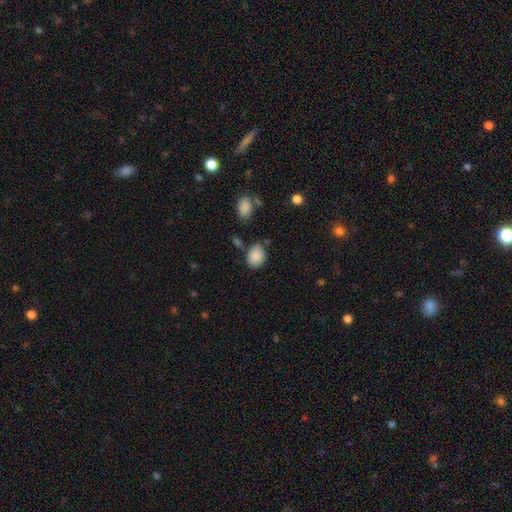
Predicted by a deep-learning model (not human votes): Smooth or featured? smooth (88%)
How rounded? in between (66%)
Merging? none (72%)